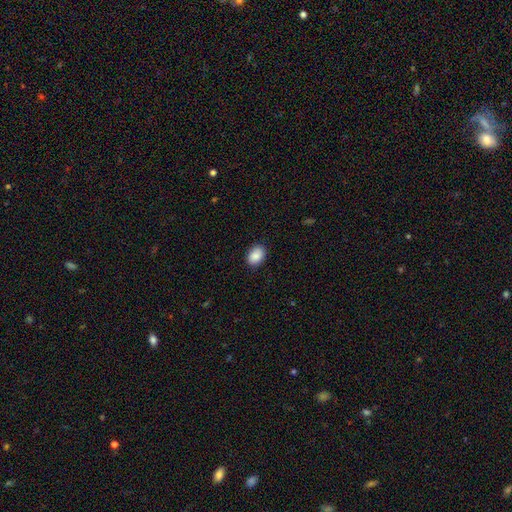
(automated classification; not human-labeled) Smooth or featured? Predicted: smooth (p=0.88). How rounded? Predicted: in between (p=0.76). Merging? Predicted: none (p=0.87).